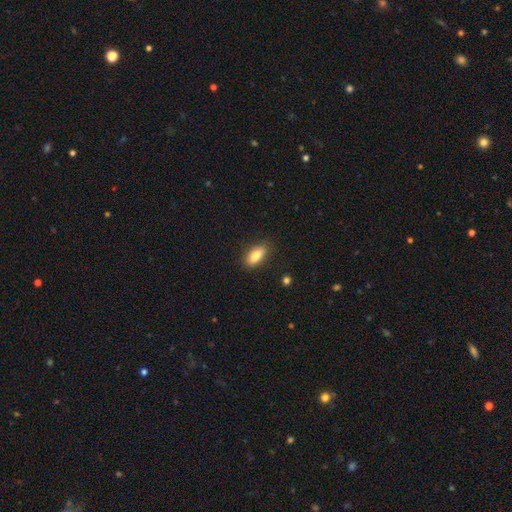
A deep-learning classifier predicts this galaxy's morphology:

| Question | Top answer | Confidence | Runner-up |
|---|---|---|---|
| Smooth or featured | smooth | 79% | featured or disk (14%) |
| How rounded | in between | 81% | cigar-shaped (15%) |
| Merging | none | 85% | minor disturbance (11%) |